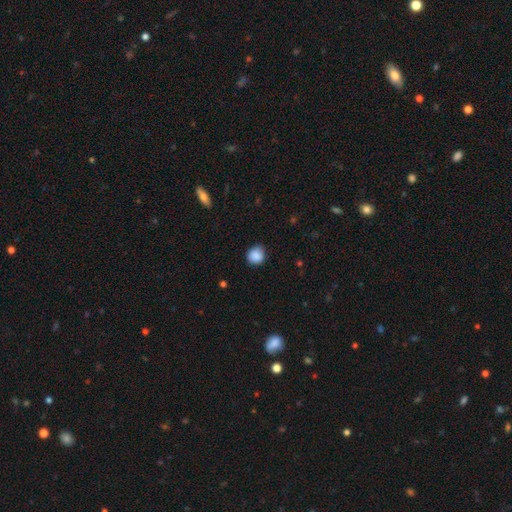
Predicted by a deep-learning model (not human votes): Smooth or featured? smooth (88%)
How rounded? round (82%)
Merging? none (78%)